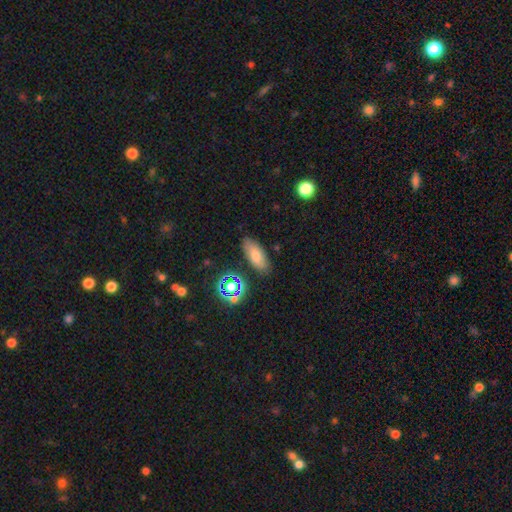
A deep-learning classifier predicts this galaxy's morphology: A smooth galaxy with no disk features (73%) that is in between round and cigar-shaped (80%). Merging: none (83%).